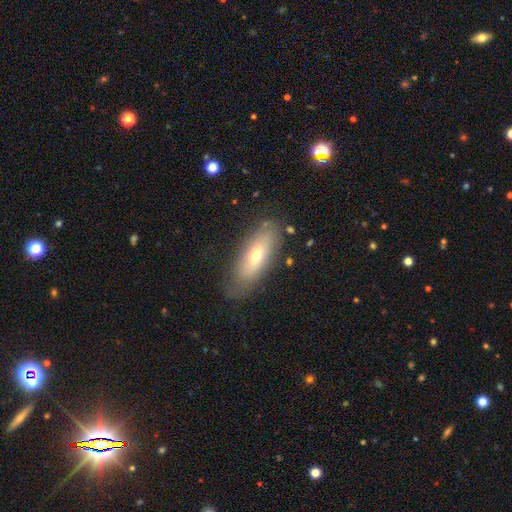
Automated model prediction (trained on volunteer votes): Overall: smooth (58%; featured or disk 34%). How rounded: in between (71%). Merging: none (73%).